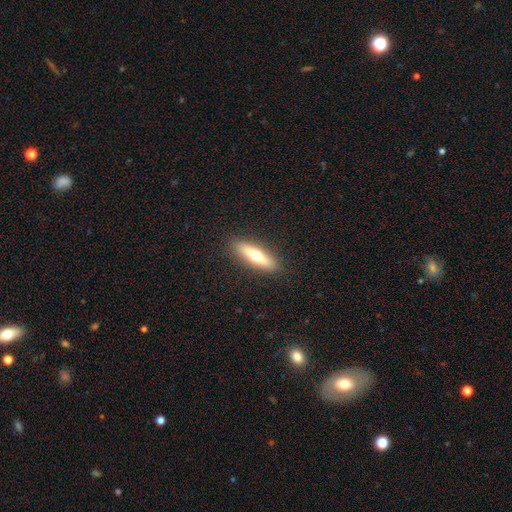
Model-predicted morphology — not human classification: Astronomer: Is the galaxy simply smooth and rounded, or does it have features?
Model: smooth — 50% (runner-up: featured or disk, 43%).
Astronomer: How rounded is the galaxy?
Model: cigar-shaped — 74%.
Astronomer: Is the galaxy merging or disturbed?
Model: none — 90%.